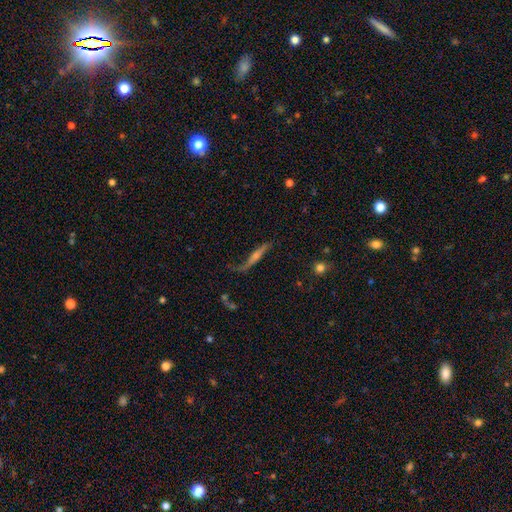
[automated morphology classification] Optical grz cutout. It shows a featured or disk galaxy (68%) viewed edge-on (72%). Merging: none (53%).